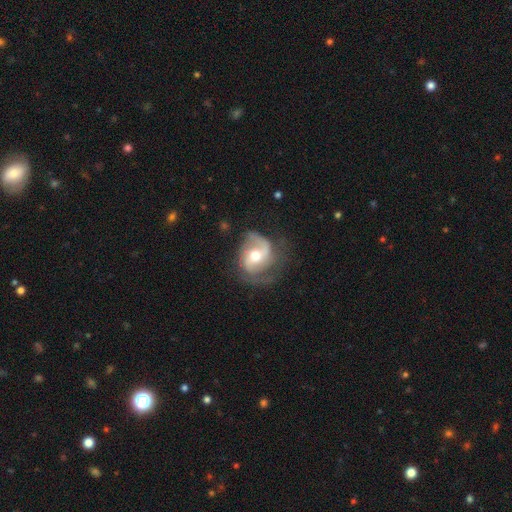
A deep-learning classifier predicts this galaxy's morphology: type=featured or disk (83%); edge-on=no (98%); bar=weak (43%); spiral arms=yes (95%); winding=medium (49%); arm count=2 (75%); bulge=moderate (66%); merging=none (59%).